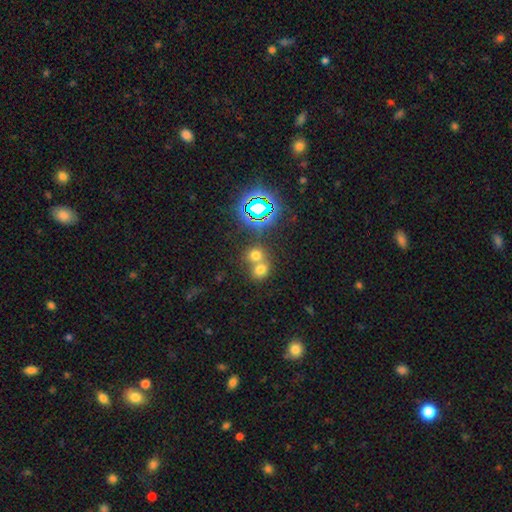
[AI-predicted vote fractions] The model was most divided on "merging": merger: 56%, none: 36%, minor disturbance: 5%, major disturbance: 3%. More confident: how rounded — round (74%); smooth or featured — smooth (63%).